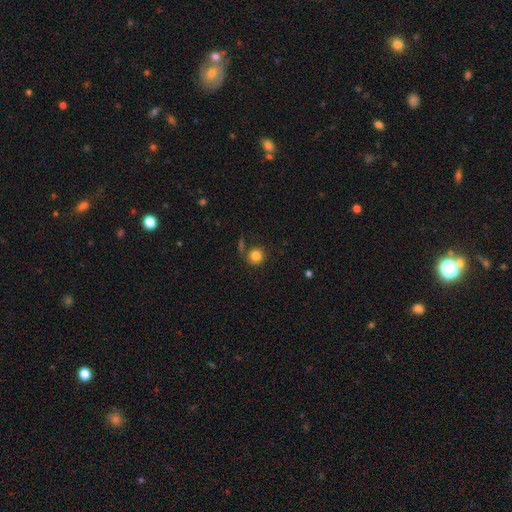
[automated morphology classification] Smooth or featured: smooth — 82% (star or artifact — 11%)
How rounded: round — 91% (in between — 7%)
Merging: none — 77% (minor disturbance — 11%)